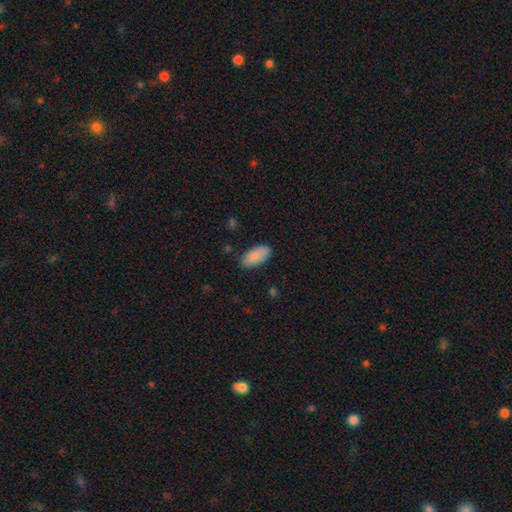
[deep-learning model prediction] A smooth galaxy with no disk features (88%) that is in between round and cigar-shaped (92%). Merging: none (83%).